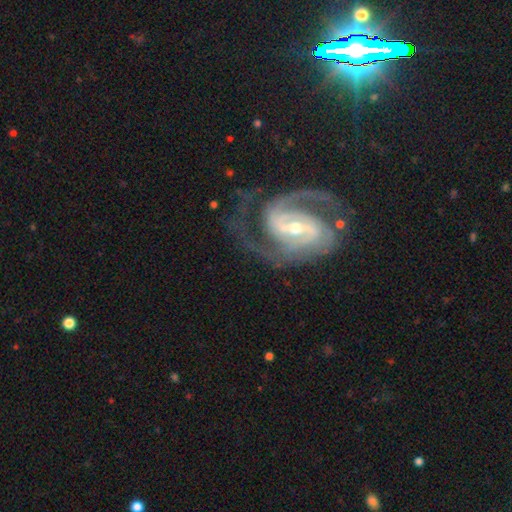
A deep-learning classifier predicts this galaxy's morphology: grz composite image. It shows a featured or disk galaxy (89%) with a strong bar (44%), 2 (81%) medium (50%) spiral arms (98%) and a small central bulge (61%). Merging: none (68%).